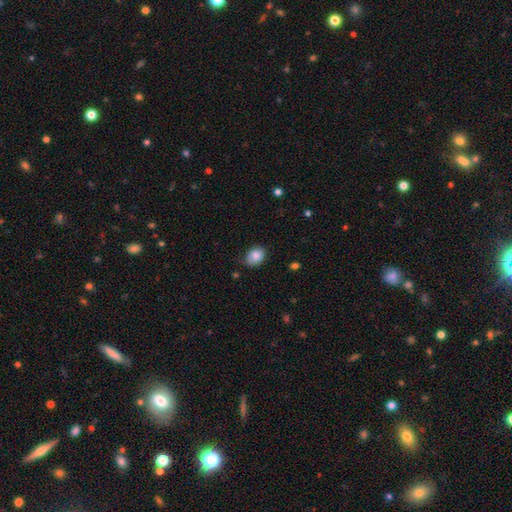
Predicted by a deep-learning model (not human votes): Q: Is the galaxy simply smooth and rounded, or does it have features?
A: smooth — 84%.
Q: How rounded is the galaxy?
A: in between — 66%.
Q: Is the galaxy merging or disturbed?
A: none — 66%.